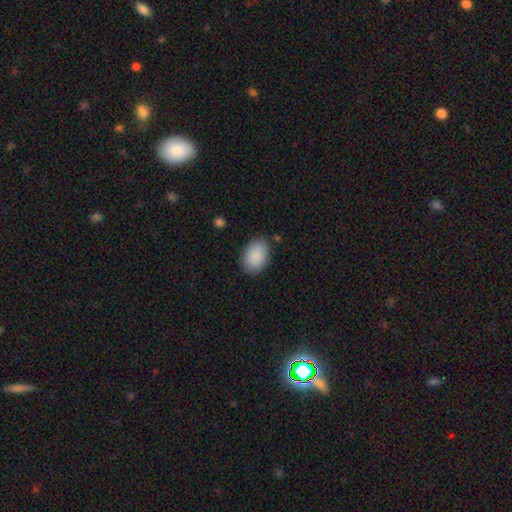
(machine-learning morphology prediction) Smooth or featured: smooth — 90% (star or artifact — 6%)
How rounded: in between — 87% (round — 12%)
Merging: none — 84% (minor disturbance — 12%)